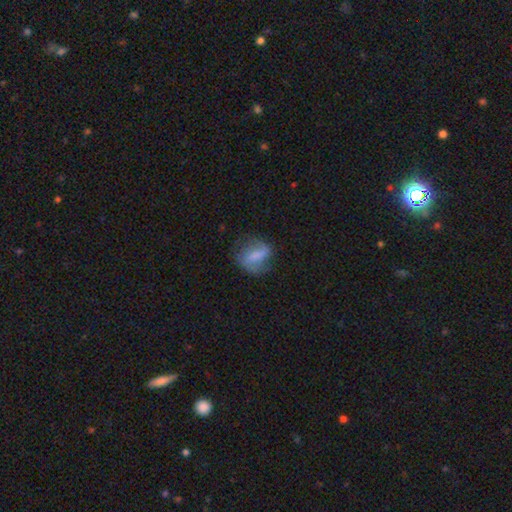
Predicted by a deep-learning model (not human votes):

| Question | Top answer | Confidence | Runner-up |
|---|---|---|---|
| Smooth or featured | smooth | 48% | featured or disk (43%) |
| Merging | none | 56% | minor disturbance (26%) |